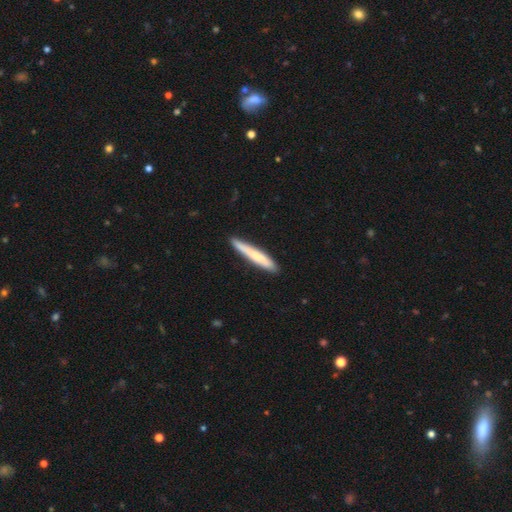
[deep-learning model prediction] Smooth or featured? Predicted: smooth (p=0.71). How rounded? Predicted: cigar-shaped (p=0.95). Merging? Predicted: none (p=0.87).